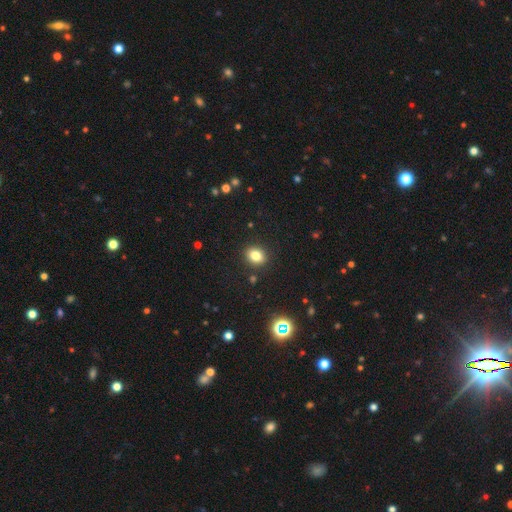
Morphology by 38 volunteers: smooth 89%, featured or disk 5%, star or artifact 5%. Down the decision tree: how rounded — round (56%); merging — none (92%).